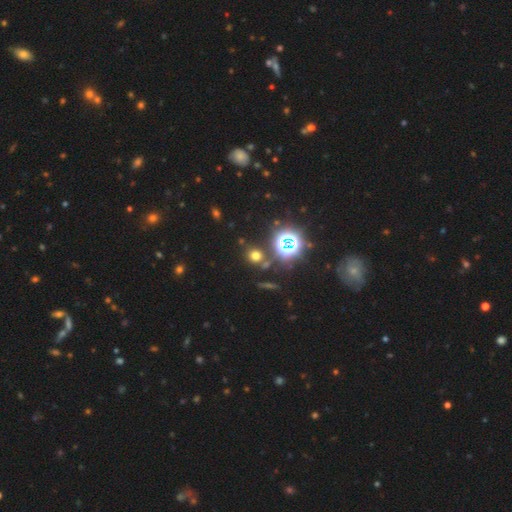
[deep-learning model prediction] A smooth galaxy with no disk features (58%) that is round (83%).

Vote fractions:
- Smooth or featured? smooth: 58% / star or artifact: 34% / featured or disk: 8%
- How rounded? round: 83% / in between: 15% / cigar-shaped: 1%
- Merging? none: 81% / minor disturbance: 8% / merger: 8% / major disturbance: 3%